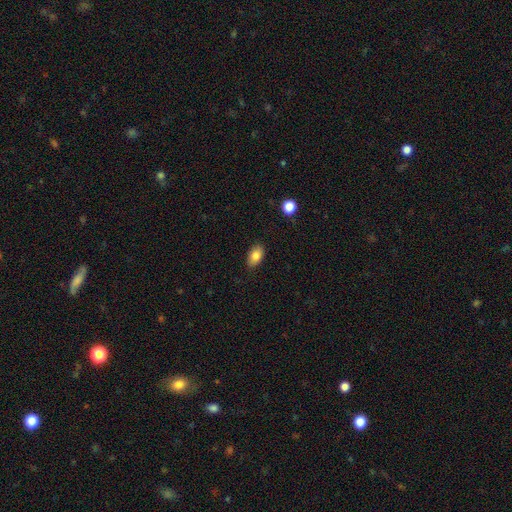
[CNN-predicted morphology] The model was most divided on "merging": none: 84%, minor disturbance: 12%, major disturbance: 2%, merger: 1%. More confident: how rounded — in between (90%); smooth or featured — smooth (83%).